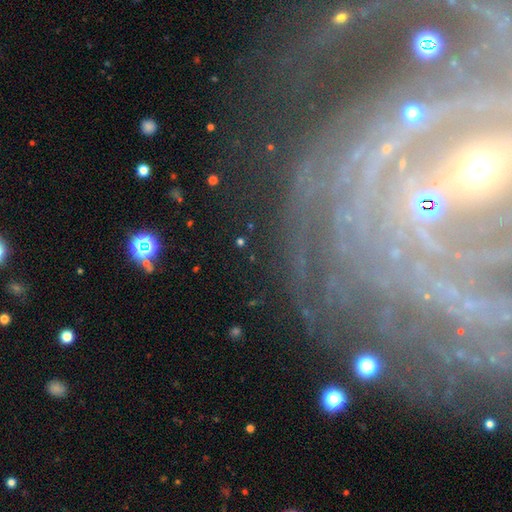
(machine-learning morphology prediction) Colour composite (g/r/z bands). It shows a featured or disk galaxy (76%) with no bar (48%), tight (79%) spiral arms (91%) and a small central bulge (68%). Merging: none (74%).